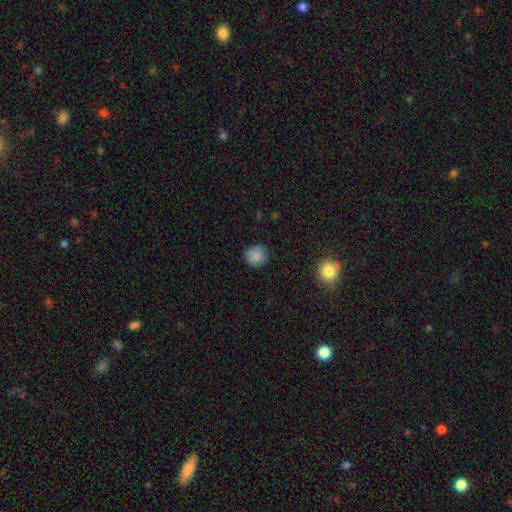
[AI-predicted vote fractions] A smooth galaxy with no disk features (86%) that is round (92%).

Vote fractions:
- Smooth or featured? smooth: 86% / star or artifact: 10% / featured or disk: 4%
- How rounded? round: 92% / in between: 7% / cigar-shaped: 1%
- Merging? none: 86% / minor disturbance: 11% / major disturbance: 3% / merger: 1%